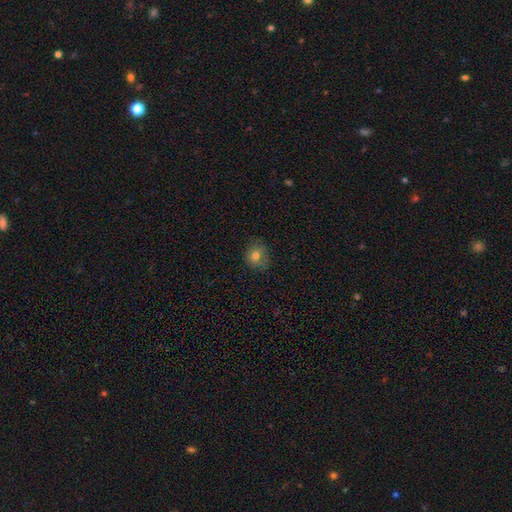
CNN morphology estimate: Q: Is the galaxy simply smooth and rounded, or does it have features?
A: smooth — 76%.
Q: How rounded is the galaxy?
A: round — 77%.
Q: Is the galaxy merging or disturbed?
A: none — 77%.